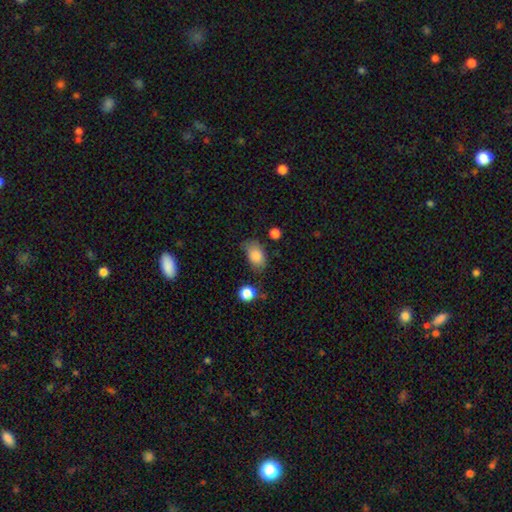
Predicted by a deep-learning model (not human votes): This is clearly a smooth galaxy (85%). How rounded: clearly in between (88%). Merging: possibly none (59%).